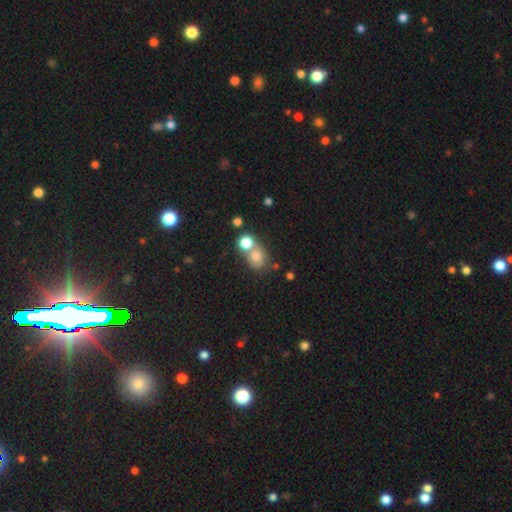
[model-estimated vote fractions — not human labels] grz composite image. It shows a smooth galaxy with no disk features (75%) that is round (69%). Merging: none (44%).